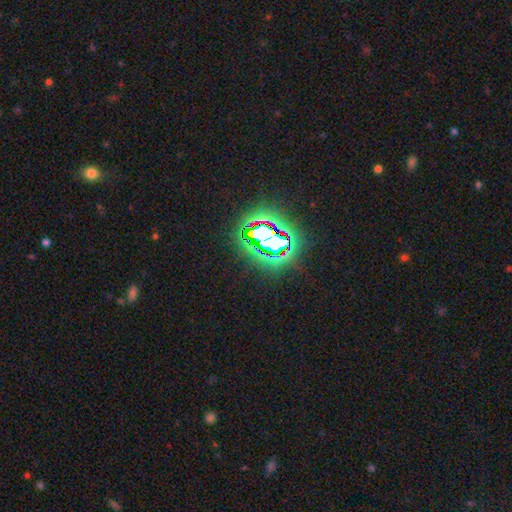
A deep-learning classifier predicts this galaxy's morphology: Smooth or featured?
  - star or artifact: 84% *
  - smooth: 10%
  - featured or disk: 7%